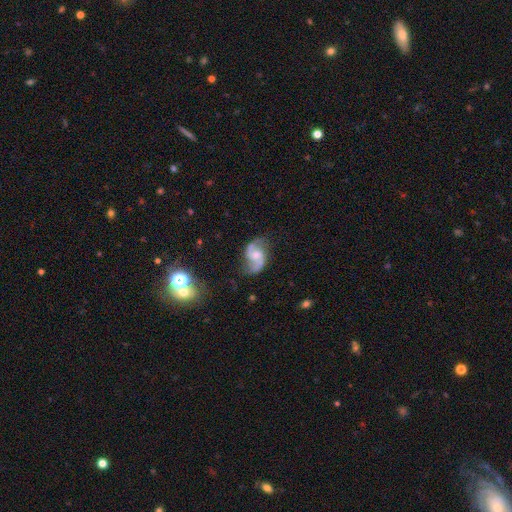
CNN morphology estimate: smooth_or_featured: featured or disk (p=0.85) [alt: smooth p=0.09]
disk_edge_on: no (p=0.98) [alt: yes p=0.02]
bar: weak (p=0.46) [alt: no p=0.45]
has_spiral_arms: yes (p=0.96) [alt: no p=0.04]
spiral_winding: loose (p=0.51) [alt: medium p=0.41]
spiral_arm_count: 2 (p=0.92) [alt: can't tell p=0.03]
bulge_size: moderate (p=0.41) [alt: small p=0.33]
merging: none (p=0.68) [alt: minor disturbance p=0.19]